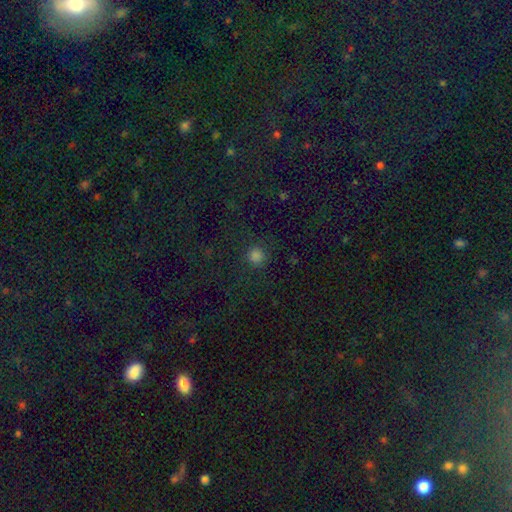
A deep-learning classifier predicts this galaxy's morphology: Smooth or featured? Predicted: smooth (p=0.78). How rounded? Predicted: round (p=0.93). Merging? Predicted: none (p=0.86).